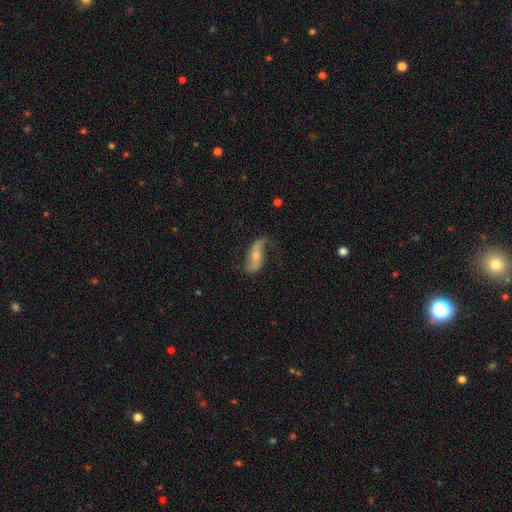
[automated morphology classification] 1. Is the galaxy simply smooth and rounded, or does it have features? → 71% featured or disk, 23% smooth, 6% star or artifact.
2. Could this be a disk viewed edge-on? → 88% no, 12% yes.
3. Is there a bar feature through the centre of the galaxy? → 45% no, 31% weak, 24% strong.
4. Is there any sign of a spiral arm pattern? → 89% yes, 11% no.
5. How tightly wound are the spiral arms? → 81% loose, 14% medium, 5% tight.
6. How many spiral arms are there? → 83% 2, 10% 1, 4% can't tell, 1% 3, 1% 4, 1% more than 4.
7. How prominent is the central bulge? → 52% moderate, 41% small, 3% large, 3% none, 1% dominant.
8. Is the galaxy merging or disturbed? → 59% none, 25% minor disturbance, 14% major disturbance, 2% merger.